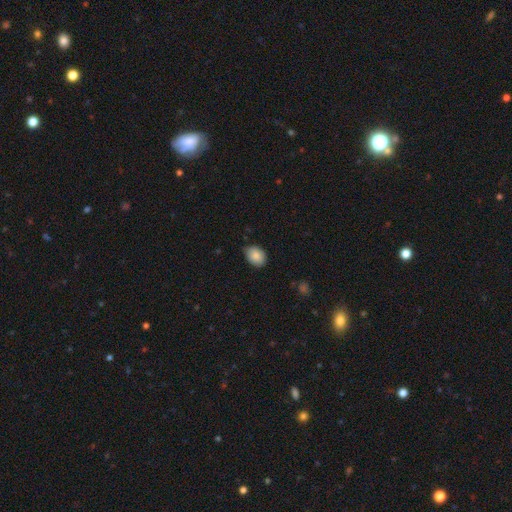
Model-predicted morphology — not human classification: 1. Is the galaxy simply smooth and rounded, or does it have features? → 86% smooth, 7% star or artifact, 6% featured or disk.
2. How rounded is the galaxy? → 70% in between, 29% round, 1% cigar-shaped.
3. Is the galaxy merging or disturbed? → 74% none, 22% minor disturbance, 3% major disturbance, 1% merger.